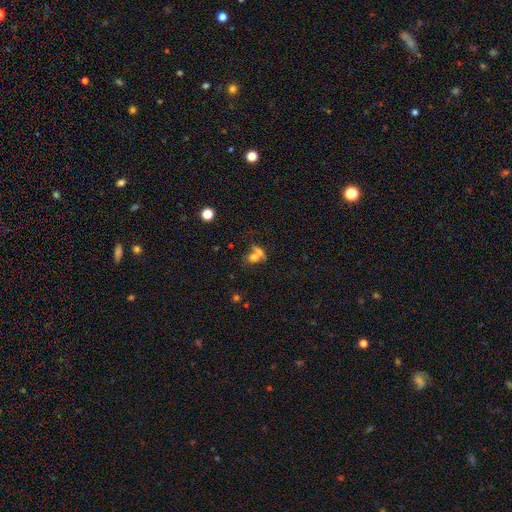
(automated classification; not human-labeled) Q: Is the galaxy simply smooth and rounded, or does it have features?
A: smooth — 64%.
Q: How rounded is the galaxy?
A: in between — 61%.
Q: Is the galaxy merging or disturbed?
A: merger — 53%.